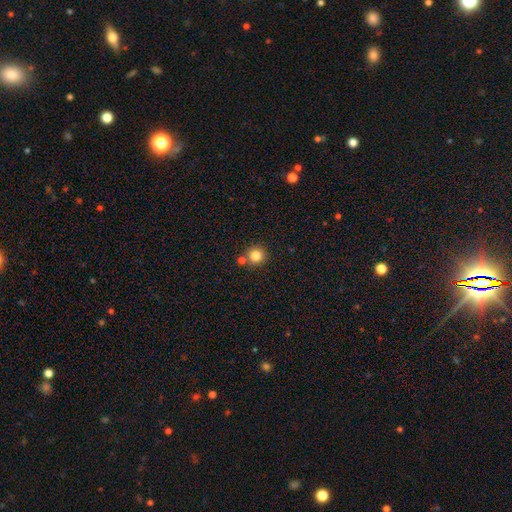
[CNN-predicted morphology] The model was most divided on "merging": none: 77%, merger: 13%, minor disturbance: 8%, major disturbance: 2%. More confident: how rounded — round (94%); smooth or featured — smooth (82%).